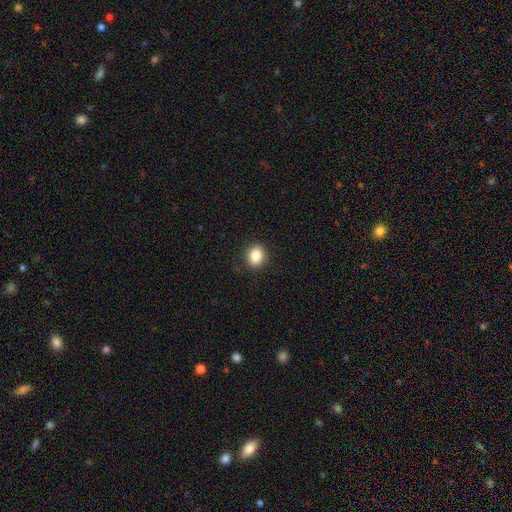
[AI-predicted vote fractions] This appears to be a smooth galaxy with no disk features (86%) that is round (50%). Merging: none (89%).